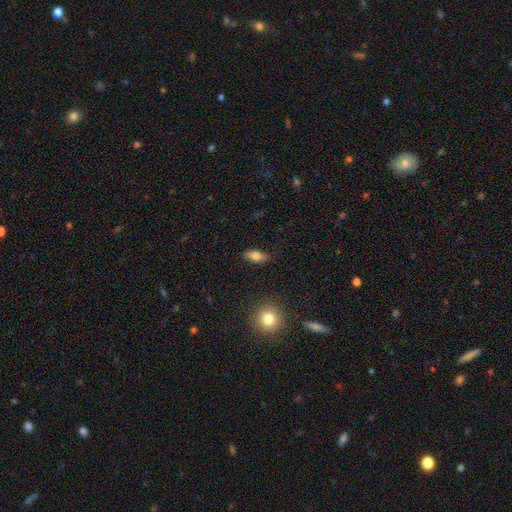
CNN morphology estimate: type=smooth (73%); roundness=in between (82%); merging=none (85%).